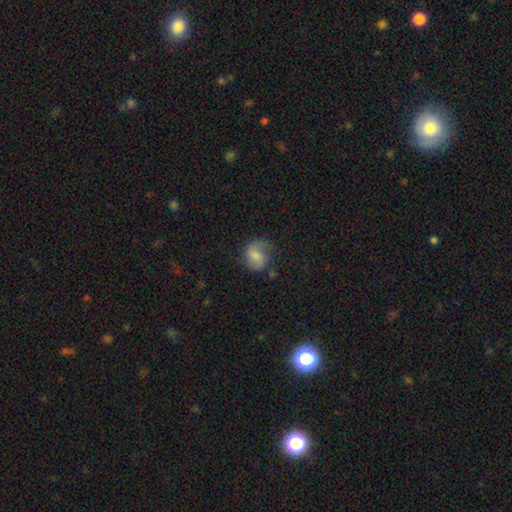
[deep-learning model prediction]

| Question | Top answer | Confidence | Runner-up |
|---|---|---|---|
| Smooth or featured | featured or disk | 63% | smooth (29%) |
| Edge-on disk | no | 98% | yes (2%) |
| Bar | weak | 50% | no (36%) |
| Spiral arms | yes | 93% | no (7%) |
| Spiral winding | medium | 47% | loose (37%) |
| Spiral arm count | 2 | 87% | 1 (5%) |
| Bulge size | moderate | 37% | small (34%) |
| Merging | none | 71% | minor disturbance (19%) |